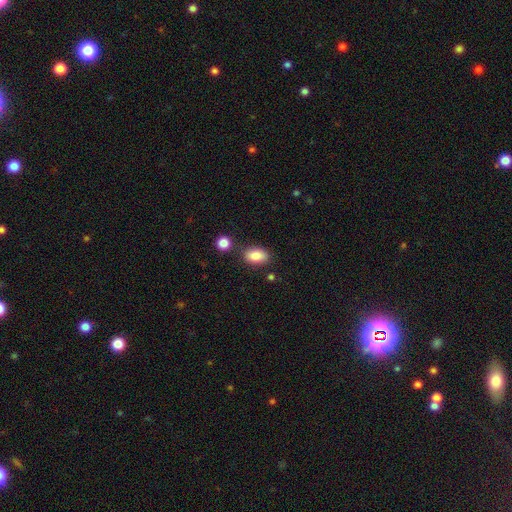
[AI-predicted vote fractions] Q: Smooth or featured?
A: smooth (86%); runner-up: star or artifact (8%)
Q: How rounded?
A: in between (89%); runner-up: round (8%)
Q: Merging?
A: none (77%); runner-up: minor disturbance (13%)